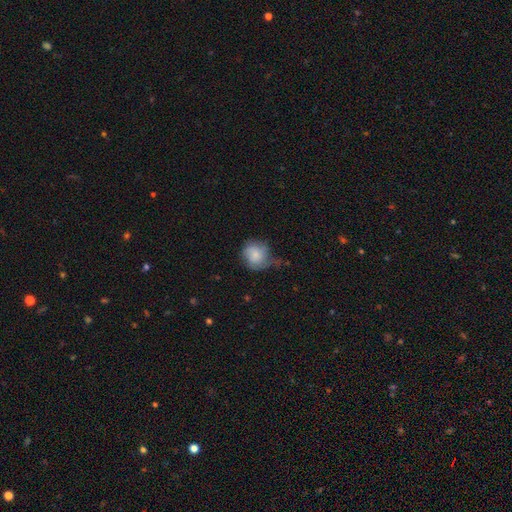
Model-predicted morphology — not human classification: This appears to be a smooth galaxy with no disk features (72%) that is round (79%). Merging: minor disturbance (40%).